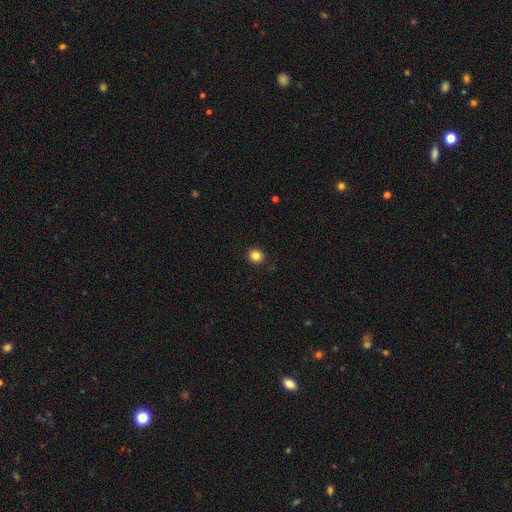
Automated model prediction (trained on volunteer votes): A smooth galaxy with no disk features (84%) that is round (93%). Merging: none (92%).